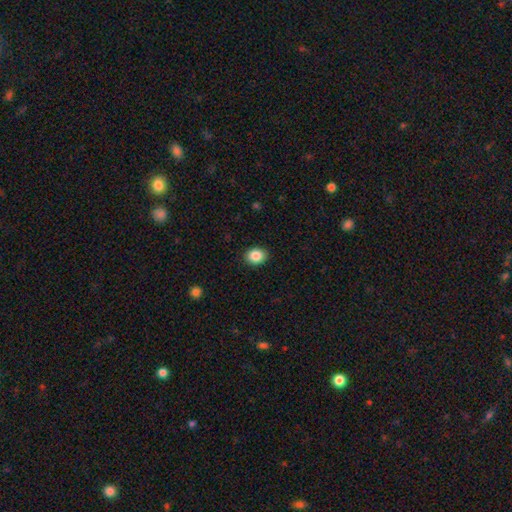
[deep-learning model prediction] Smooth or featured: smooth — 87% (star or artifact — 9%)
How rounded: round — 56% (in between — 44%)
Merging: none — 90% (minor disturbance — 7%)